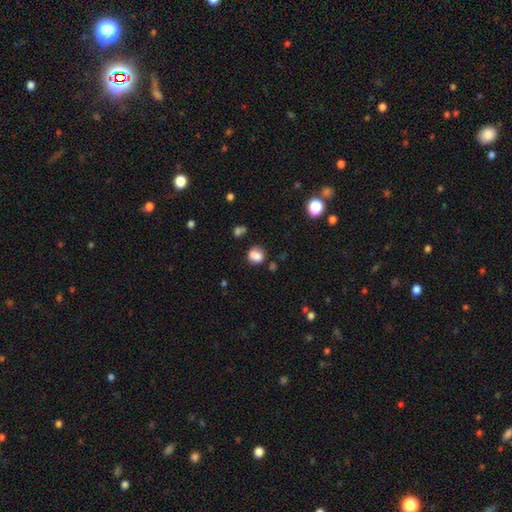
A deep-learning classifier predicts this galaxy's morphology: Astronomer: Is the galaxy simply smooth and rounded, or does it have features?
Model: smooth — 79%.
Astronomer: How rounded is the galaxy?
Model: round — 75%.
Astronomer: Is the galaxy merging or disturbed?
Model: none — 55%.